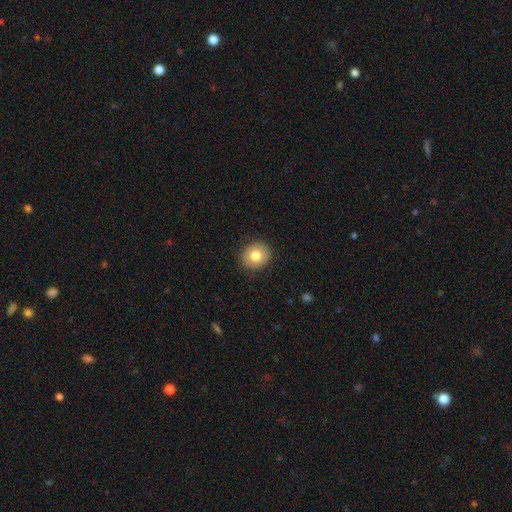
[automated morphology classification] The model was most divided on "how rounded": round: 76%, in between: 23%, cigar-shaped: 1%. More confident: merging — none (88%); smooth or featured — smooth (75%).